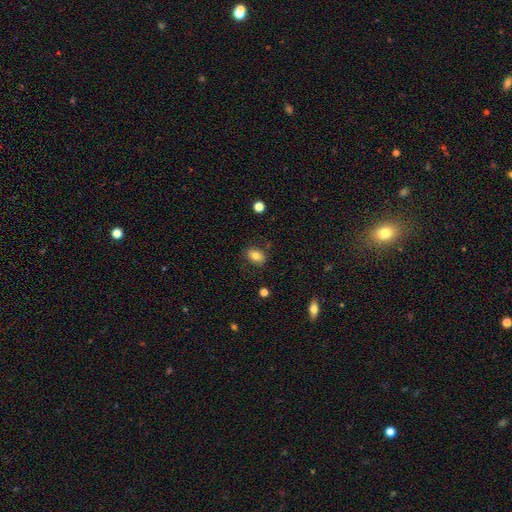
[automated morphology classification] The model was most divided on "how rounded": in between: 73%, round: 26%, cigar-shaped: 1%. More confident: merging — none (81%); smooth or featured — smooth (80%).